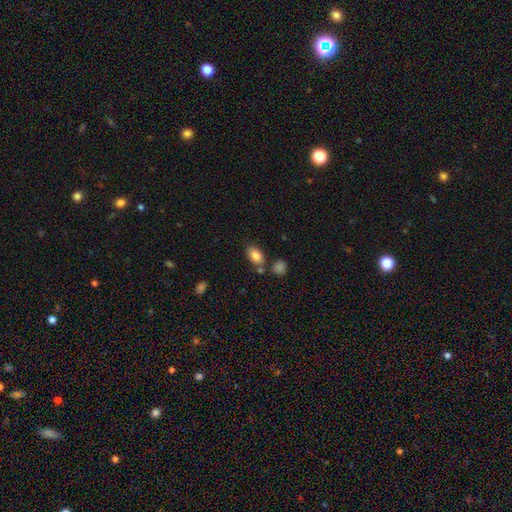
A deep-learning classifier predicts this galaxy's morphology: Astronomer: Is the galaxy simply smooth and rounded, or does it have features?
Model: smooth — 85%.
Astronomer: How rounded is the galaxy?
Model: in between — 89%.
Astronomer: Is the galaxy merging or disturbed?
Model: none — 70%.